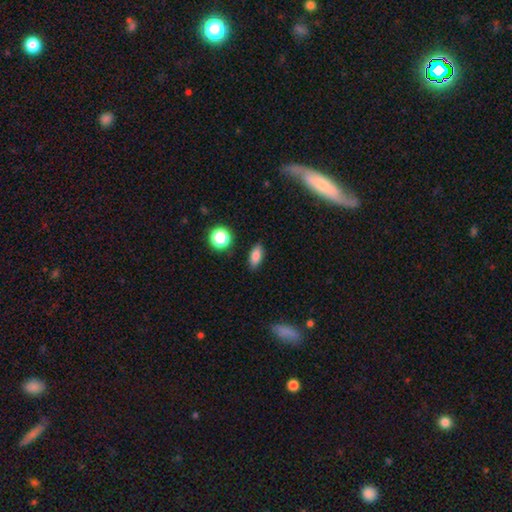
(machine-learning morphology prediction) This is clearly a smooth galaxy (83%). How rounded: clearly in between (81%). Merging: clearly none (87%).